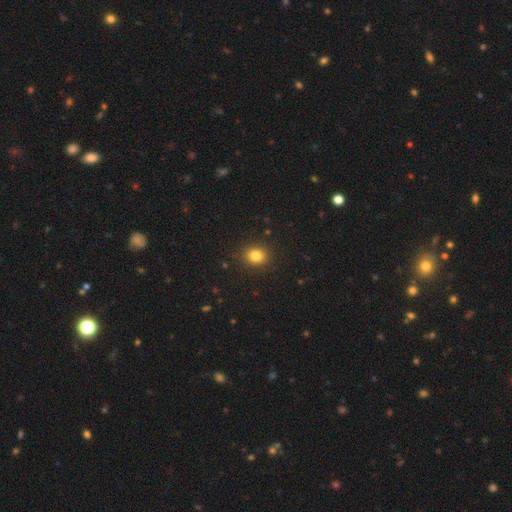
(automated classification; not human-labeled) Smooth or featured? Predicted: smooth (p=0.82). How rounded? Predicted: round (p=0.73). Merging? Predicted: none (p=0.89).